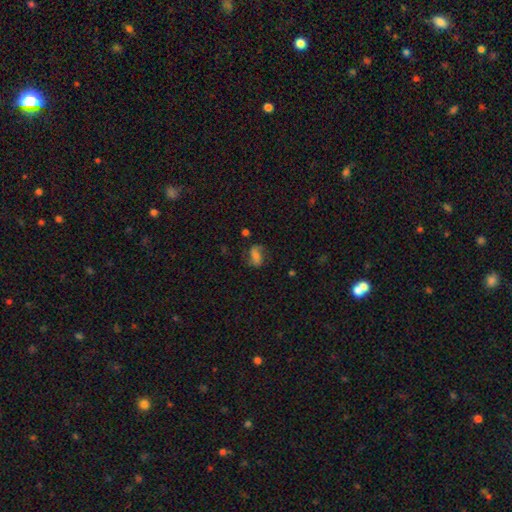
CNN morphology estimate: smooth 56%, featured or disk 31%, star or artifact 13%. Down the decision tree: how rounded — in between (82%); merging — none (57%).